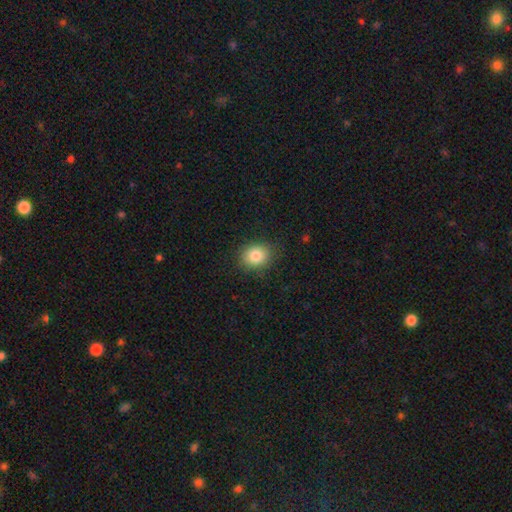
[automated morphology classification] A smooth galaxy with no disk features (83%) that is round (57%). Merging: none (85%).